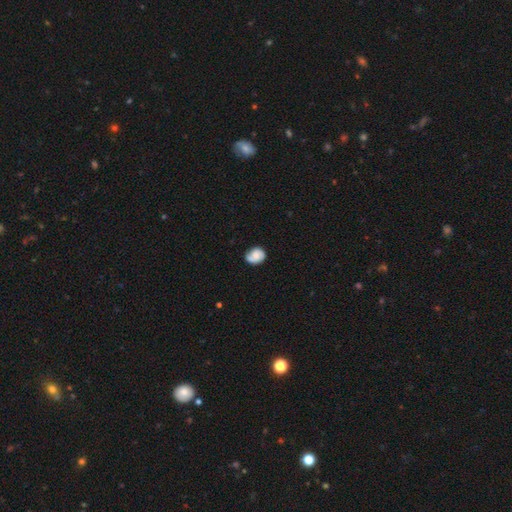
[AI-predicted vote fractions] Overall: smooth (53%; featured or disk 38%). How rounded: round (57%; in between 42%). Merging: none (65%).